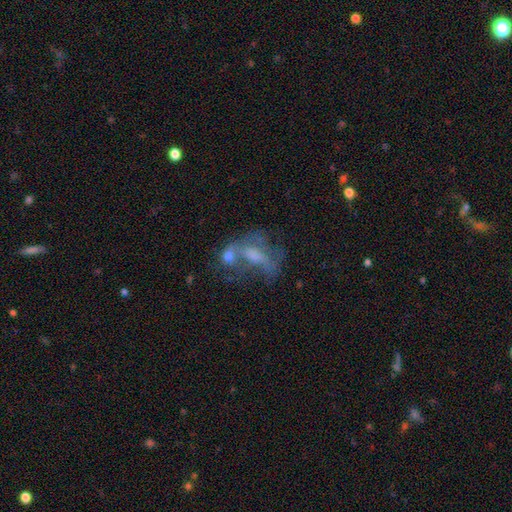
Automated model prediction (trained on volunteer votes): A featured or disk galaxy (50%).

Vote fractions:
- Smooth or featured? featured or disk: 50% / smooth: 36% / star or artifact: 14%
- Merging? merger: 41% / major disturbance: 29% / none: 20% / minor disturbance: 11%